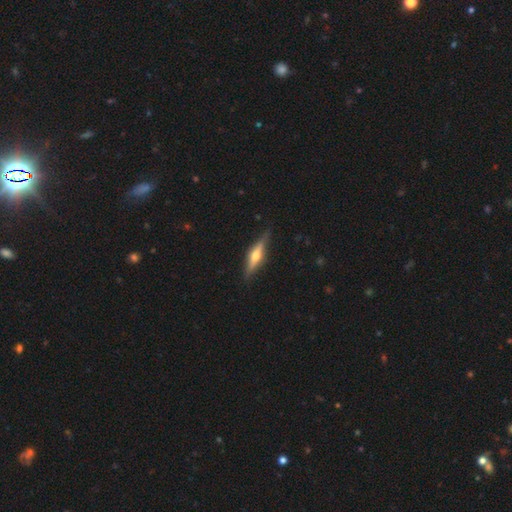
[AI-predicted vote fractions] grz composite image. It shows a featured or disk galaxy (66%) viewed edge-on (96%) with a rounded central bulge (92%). Merging: none (86%).